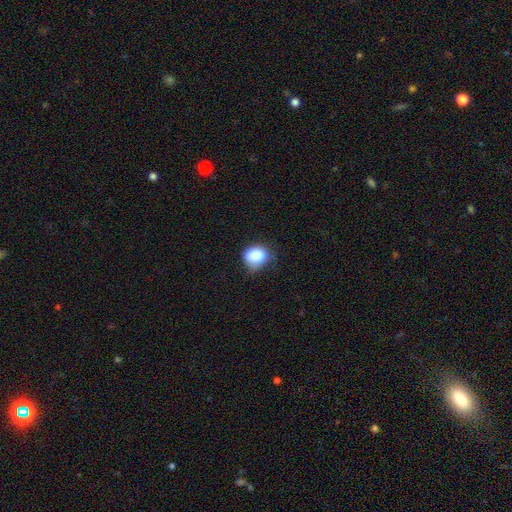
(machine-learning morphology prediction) A smooth galaxy with no disk features (85%) that is round (51%). Merging: none (63%).